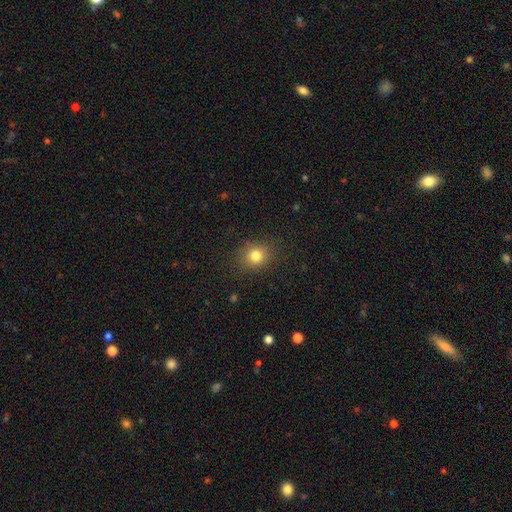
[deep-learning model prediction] Overall: smooth (79%). How rounded: round (73%). Merging: none (86%).